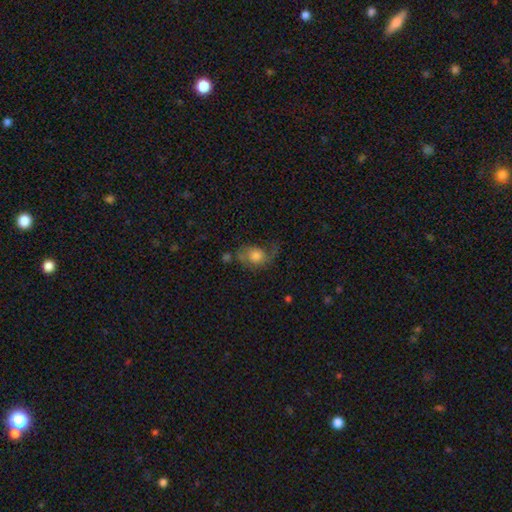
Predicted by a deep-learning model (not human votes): smooth-or-featured: featured or disk: 51% | smooth: 40% | star or artifact: 9%
  disk-edge-on: no: 96% | yes: 4%
  merging: none: 42% | major disturbance: 28% | minor disturbance: 25% | merger: 5%